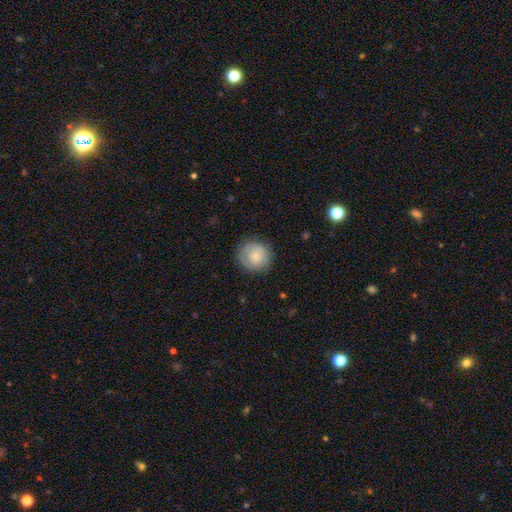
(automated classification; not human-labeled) A smooth galaxy with no disk features (73%) that is round (91%).

Vote fractions:
- Smooth or featured? smooth: 73% / featured or disk: 20% / star or artifact: 7%
- How rounded? round: 91% / in between: 8% / cigar-shaped: 1%
- Merging? none: 82% / minor disturbance: 13% / major disturbance: 4% / merger: 1%